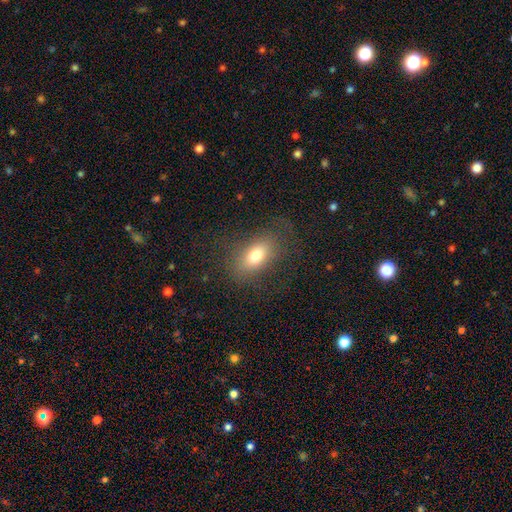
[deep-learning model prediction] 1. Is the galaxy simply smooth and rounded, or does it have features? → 73% smooth, 17% featured or disk, 10% star or artifact.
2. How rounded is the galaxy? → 85% in between, 11% round, 4% cigar-shaped.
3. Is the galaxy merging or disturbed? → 73% none, 15% minor disturbance, 10% major disturbance, 1% merger.